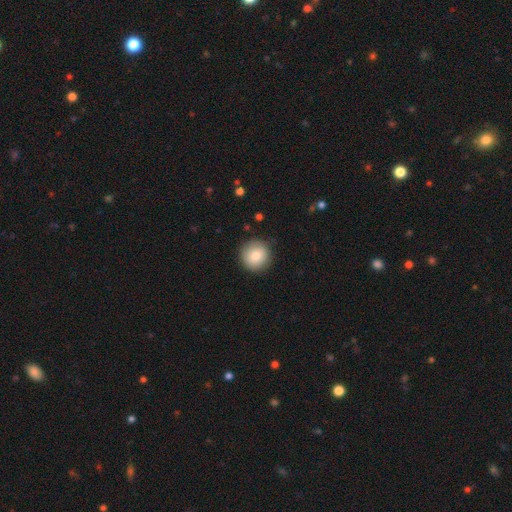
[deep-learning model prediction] smooth 81%, featured or disk 10%, star or artifact 9%. Down the decision tree: how rounded — round (94%); merging — none (88%).